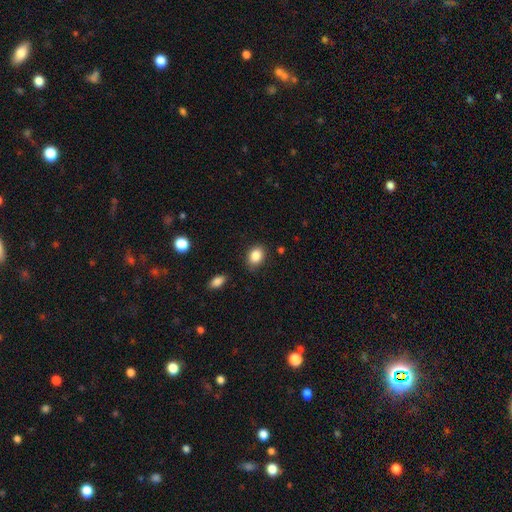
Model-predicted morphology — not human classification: Q: Smooth or featured?
A: smooth (86%); runner-up: star or artifact (9%)
Q: How rounded?
A: in between (64%); runner-up: round (34%)
Q: Merging?
A: none (84%); runner-up: minor disturbance (11%)